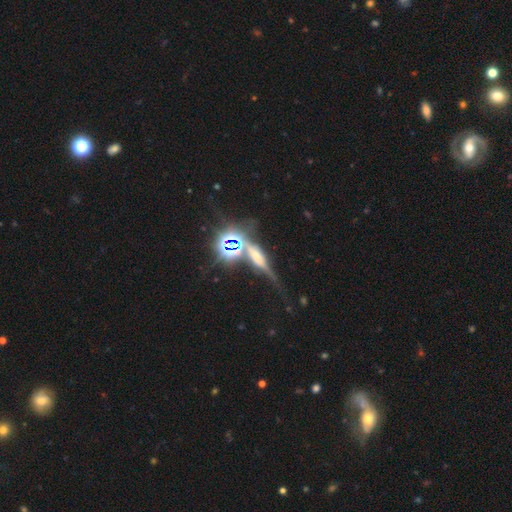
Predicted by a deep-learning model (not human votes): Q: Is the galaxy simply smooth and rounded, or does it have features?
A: featured or disk — 46%.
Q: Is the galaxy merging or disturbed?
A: none — 53%.